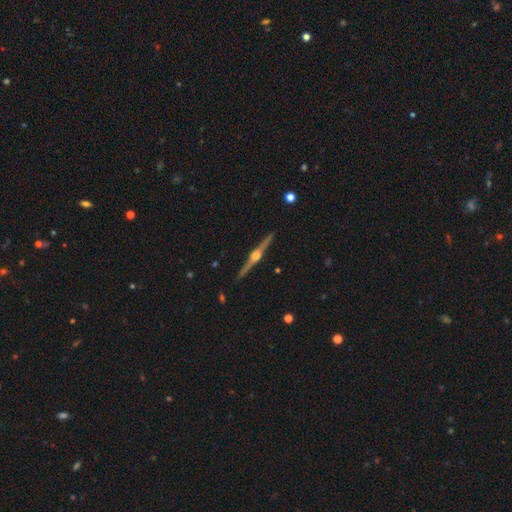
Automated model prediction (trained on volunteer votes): Smooth or featured? featured or disk (89%)
Edge-on disk? yes (99%)
Edge-on bulge? rounded (94%)
Merging? none (92%)